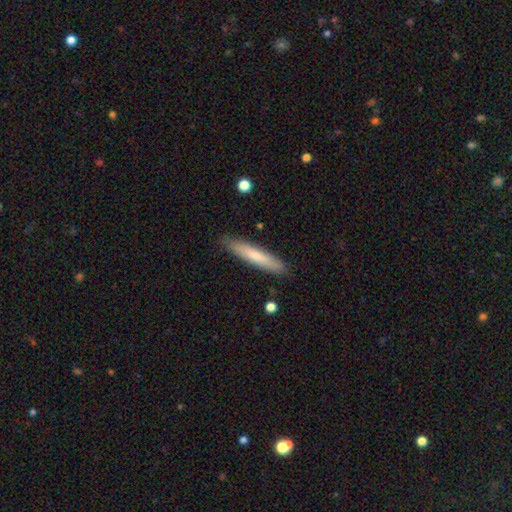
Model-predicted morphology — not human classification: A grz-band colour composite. It shows a smooth galaxy with no disk features (72%) that is cigar-shaped (90%). Merging: none (87%).